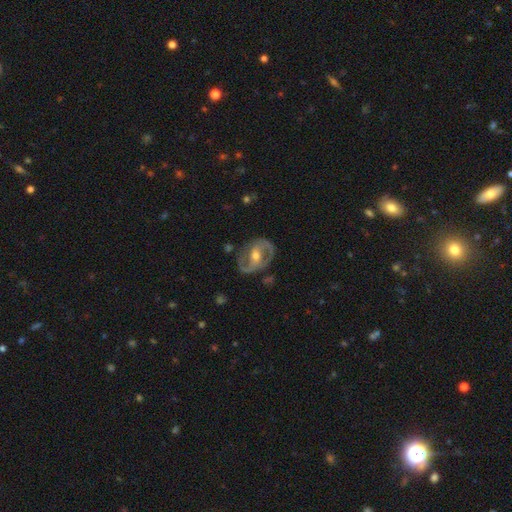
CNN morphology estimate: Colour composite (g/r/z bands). It shows a featured or disk galaxy (82%) with a weak bar (37%), 2 (85%) medium (51%) spiral arms (83%) and a moderate central bulge (66%). Merging: none (72%).